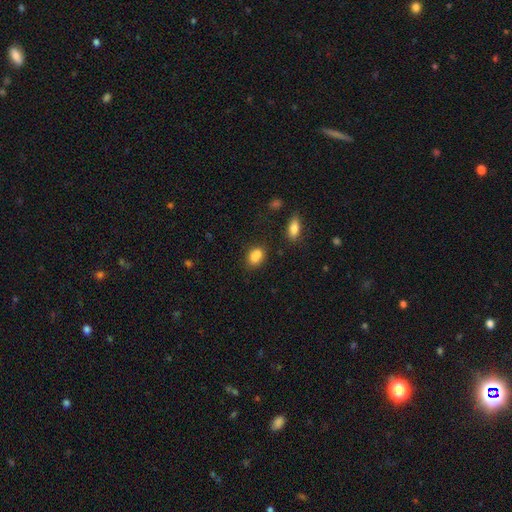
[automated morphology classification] smooth-or-featured: smooth: 79% | featured or disk: 11% | star or artifact: 10%
  how-rounded: in between: 63% | round: 35% | cigar-shaped: 2%
  merging: merger: 42% | none: 40% | minor disturbance: 13% | major disturbance: 4%